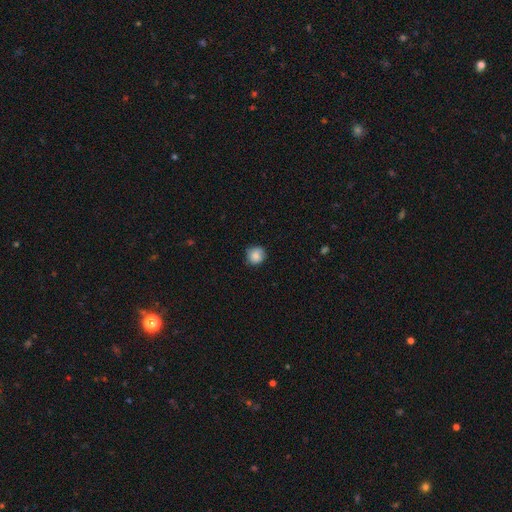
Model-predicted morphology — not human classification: smooth_or_featured: smooth (p=0.85) [alt: star or artifact p=0.09]
how_rounded: round (p=0.91) [alt: in between p=0.08]
merging: none (p=0.82) [alt: minor disturbance p=0.14]